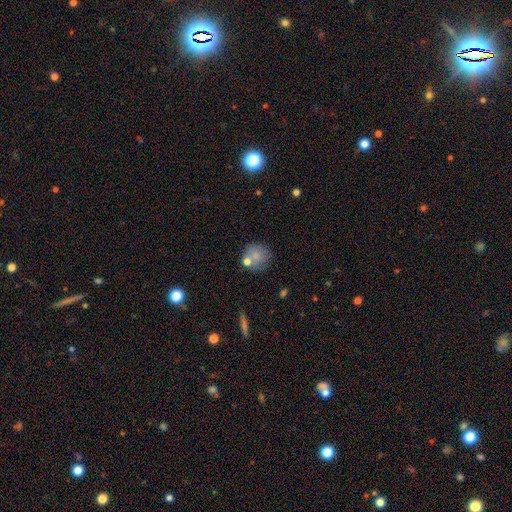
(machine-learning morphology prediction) Smooth or featured? smooth (73%)
How rounded? round (86%)
Merging? none (61%)